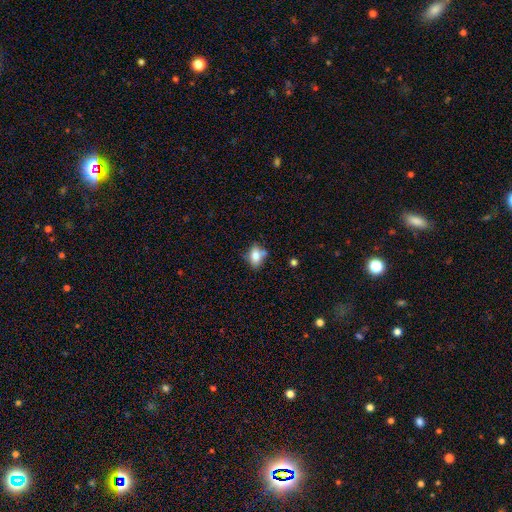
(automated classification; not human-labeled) The model was most divided on "merging": none: 51%, minor disturbance: 25%, merger: 16%, major disturbance: 8%. More confident: smooth or featured — smooth (72%); how rounded — in between (70%).